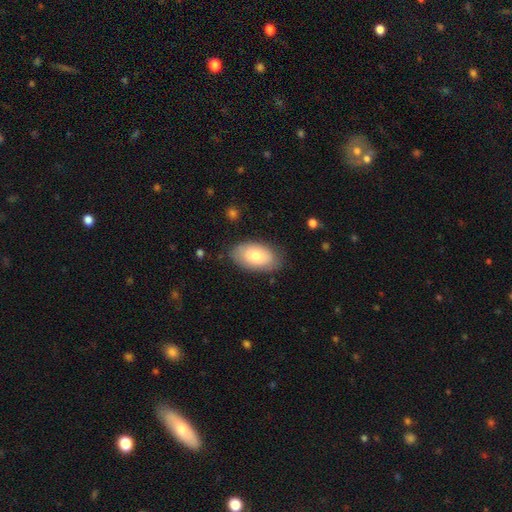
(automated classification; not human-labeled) Morphology: type=smooth (77%); roundness=in between (94%); merging=none (79%).